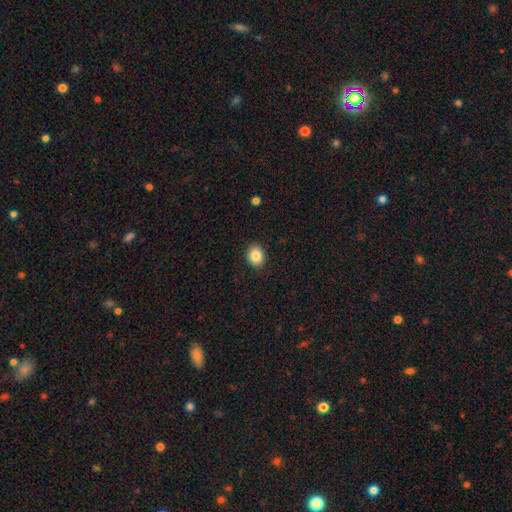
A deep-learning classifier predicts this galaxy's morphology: This appears to be a smooth galaxy with no disk features (86%) that is in between round and cigar-shaped (54%). Merging: none (90%).